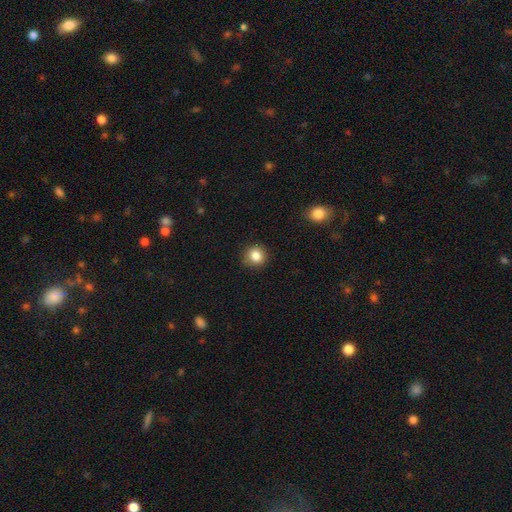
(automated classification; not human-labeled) The model was most divided on "smooth or featured": smooth: 84%, star or artifact: 10%, featured or disk: 5%. More confident: how rounded — round (90%); merging — none (86%).